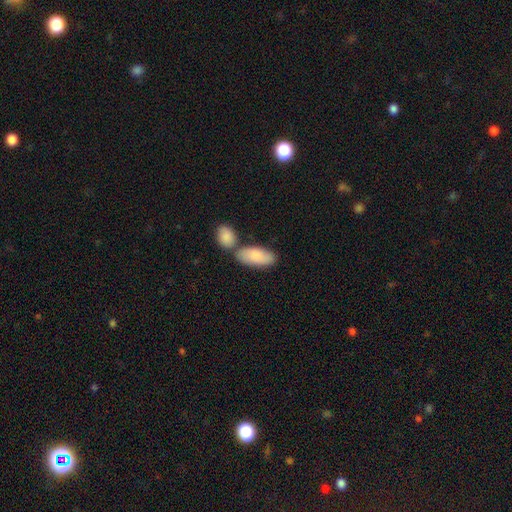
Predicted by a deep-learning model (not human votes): Smooth or featured? smooth (83%)
How rounded? in between (91%)
Merging? none (51%)